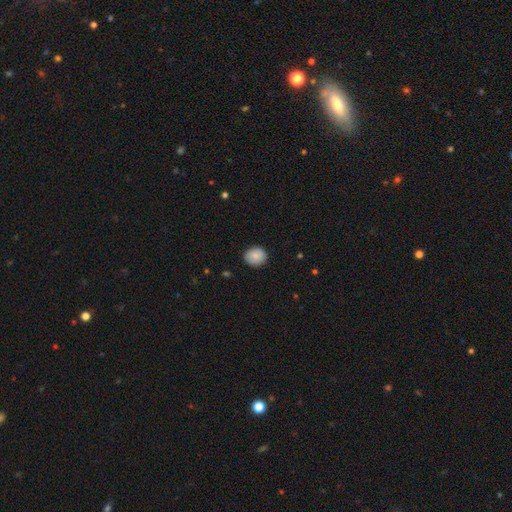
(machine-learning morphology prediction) smooth-or-featured: smooth: 85% | featured or disk: 8% | star or artifact: 7%
  how-rounded: round: 75% | in between: 24% | cigar-shaped: 1%
  merging: none: 86% | minor disturbance: 11% | major disturbance: 2% | merger: 1%